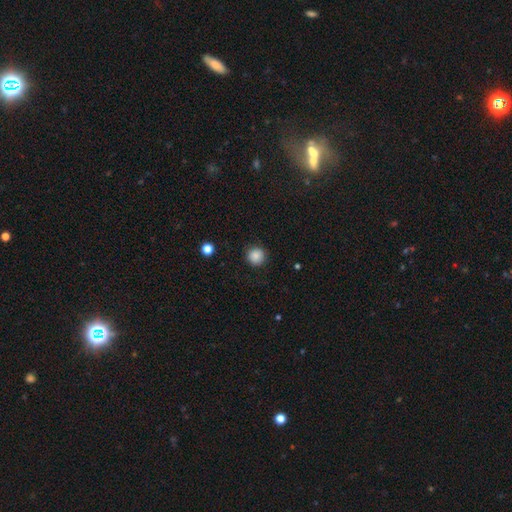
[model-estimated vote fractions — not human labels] smooth_or_featured: smooth (p=0.87) [alt: star or artifact p=0.10]
how_rounded: round (p=0.95) [alt: in between p=0.04]
merging: none (p=0.89) [alt: minor disturbance p=0.07]